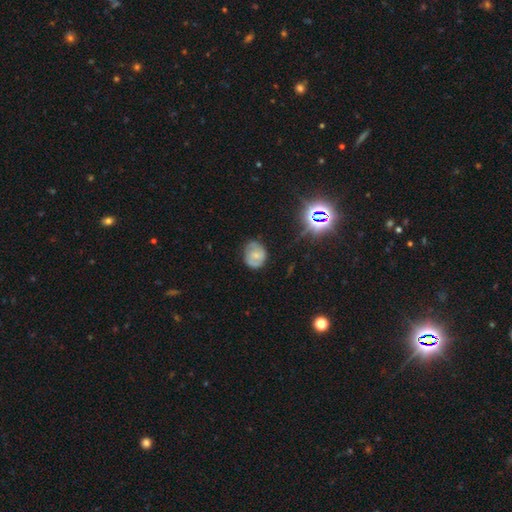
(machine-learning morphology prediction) smooth 47%, featured or disk 42%, star or artifact 11%. Down the decision tree: merging — none (68%).